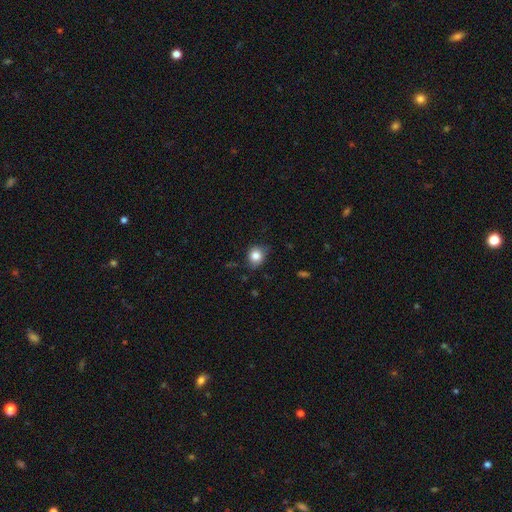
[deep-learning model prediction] Morphology: type=smooth (82%); roundness=round (68%); merging=none (74%).